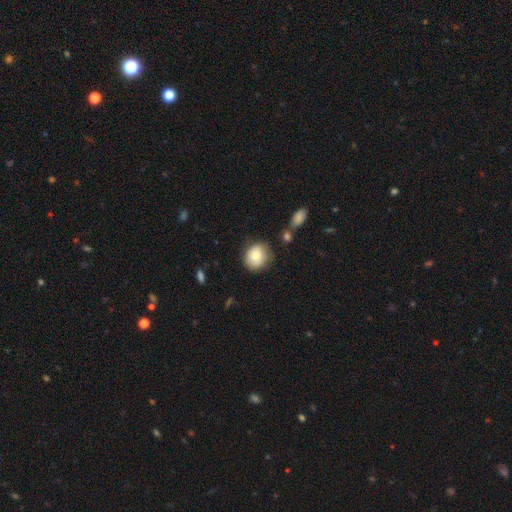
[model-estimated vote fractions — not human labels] A smooth galaxy with no disk features (82%) that is round (74%).

Vote fractions:
- Smooth or featured? smooth: 82% / featured or disk: 10% / star or artifact: 7%
- How rounded? round: 74% / in between: 25% / cigar-shaped: 1%
- Merging? none: 72% / minor disturbance: 20% / major disturbance: 5% / merger: 4%